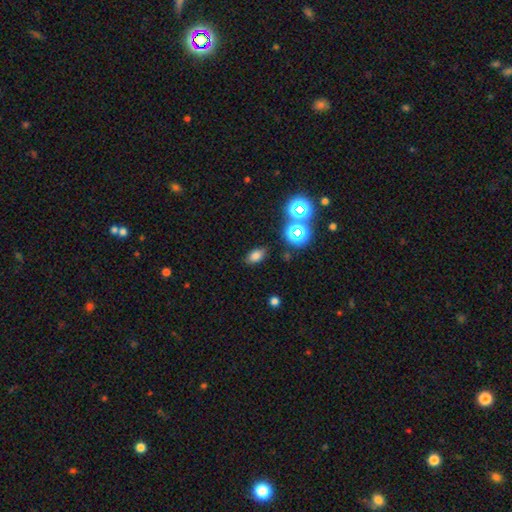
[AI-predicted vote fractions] smooth-or-featured: smooth: 75% | star or artifact: 17% | featured or disk: 7%
  how-rounded: in between: 85% | round: 13% | cigar-shaped: 3%
  merging: none: 85% | minor disturbance: 10% | major disturbance: 3% | merger: 3%